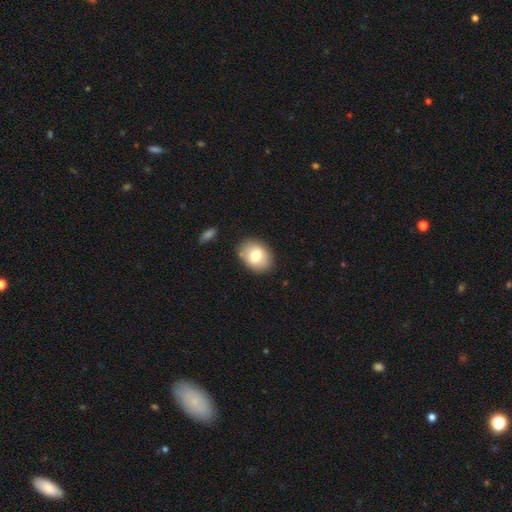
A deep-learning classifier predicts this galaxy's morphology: The model was most divided on "how rounded": in between: 71%, round: 28%, cigar-shaped: 1%. More confident: merging — none (82%); smooth or featured — smooth (78%).